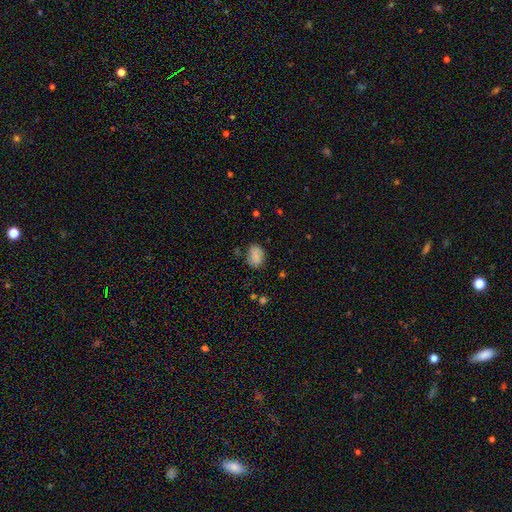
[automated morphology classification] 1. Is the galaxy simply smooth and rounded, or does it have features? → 84% smooth, 9% star or artifact, 7% featured or disk.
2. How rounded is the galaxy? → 73% in between, 26% round, 1% cigar-shaped.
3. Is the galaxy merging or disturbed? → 74% none, 18% minor disturbance, 5% major disturbance, 3% merger.